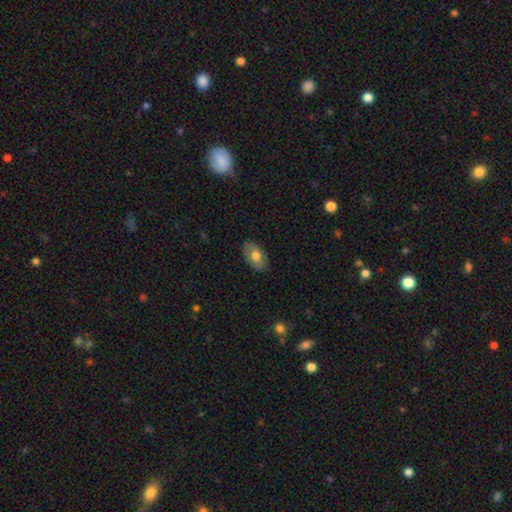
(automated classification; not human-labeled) Q: Smooth or featured?
A: smooth (67%); runner-up: featured or disk (26%)
Q: How rounded?
A: in between (91%); runner-up: round (8%)
Q: Merging?
A: none (82%); runner-up: minor disturbance (14%)